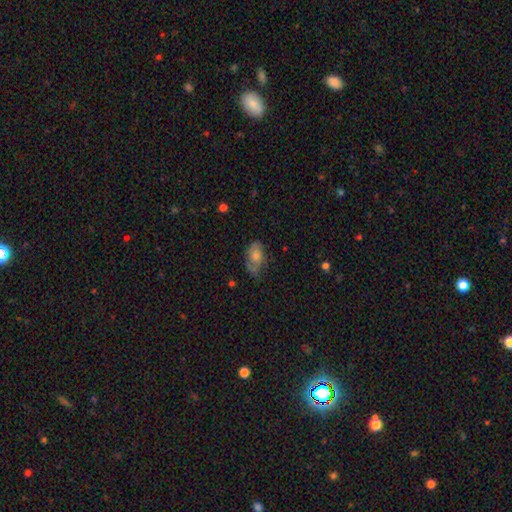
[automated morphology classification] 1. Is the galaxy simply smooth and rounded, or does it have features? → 46% smooth, 42% featured or disk, 12% star or artifact.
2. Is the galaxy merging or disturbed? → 62% none, 26% minor disturbance, 10% major disturbance, 2% merger.